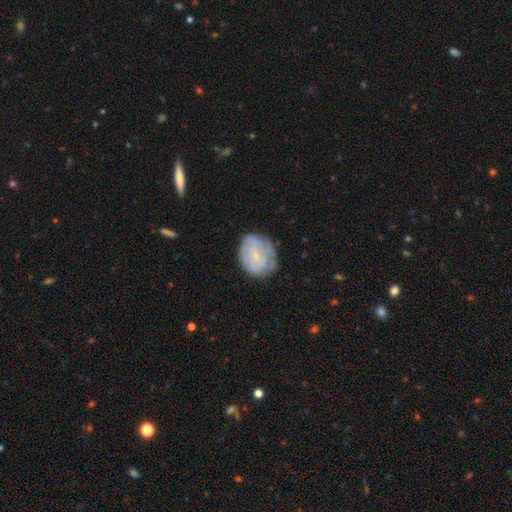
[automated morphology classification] A smooth galaxy with no disk features (53%) that is round (56%).

Vote fractions:
- Smooth or featured? smooth: 53% / featured or disk: 39% / star or artifact: 8%
- How rounded? round: 56% / in between: 43% / cigar-shaped: 1%
- Merging? none: 71% / minor disturbance: 21% / major disturbance: 7% / merger: 1%